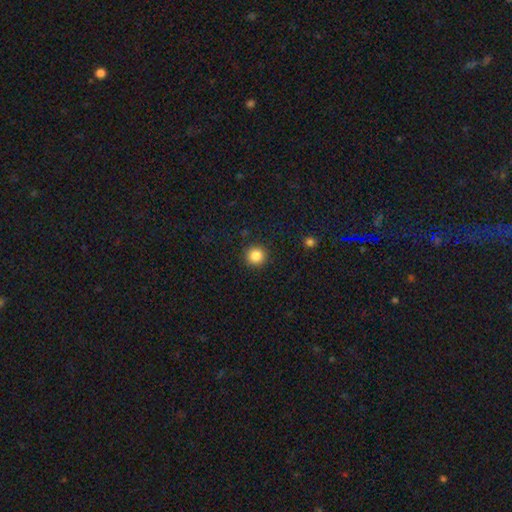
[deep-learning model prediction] Q: Smooth or featured?
A: smooth (86%); runner-up: star or artifact (11%)
Q: How rounded?
A: round (94%); runner-up: in between (5%)
Q: Merging?
A: none (91%); runner-up: minor disturbance (5%)